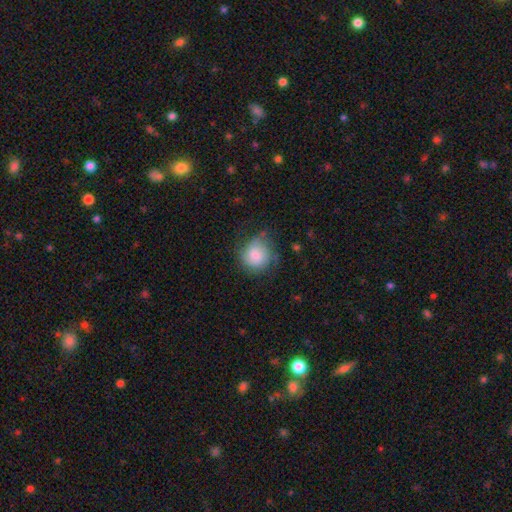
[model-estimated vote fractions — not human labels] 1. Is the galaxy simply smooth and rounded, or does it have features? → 68% smooth, 25% featured or disk, 8% star or artifact.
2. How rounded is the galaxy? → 85% round, 14% in between, 1% cigar-shaped.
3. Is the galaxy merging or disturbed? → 60% none, 26% minor disturbance, 12% major disturbance, 2% merger.